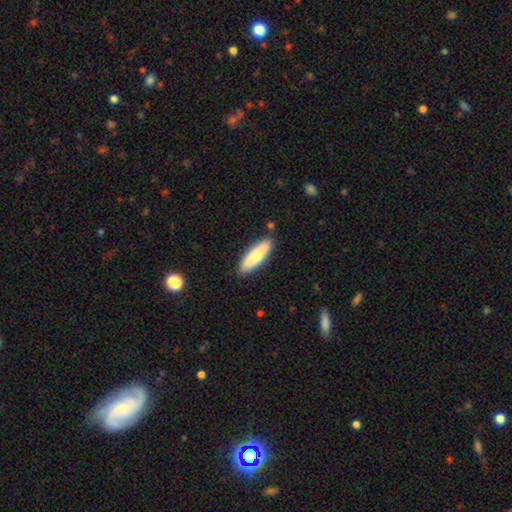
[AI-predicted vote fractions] Overall: smooth (75%). How rounded: cigar-shaped (62%; in between 37%). Merging: none (86%).